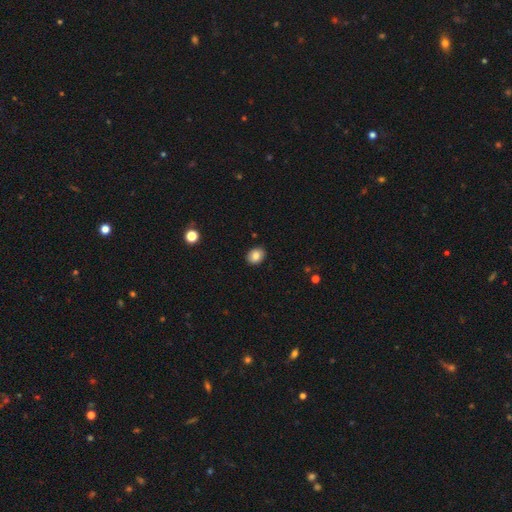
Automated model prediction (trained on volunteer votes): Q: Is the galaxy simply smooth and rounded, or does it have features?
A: smooth — 83%.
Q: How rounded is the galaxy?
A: in between — 51%.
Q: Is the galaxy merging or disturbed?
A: none — 90%.